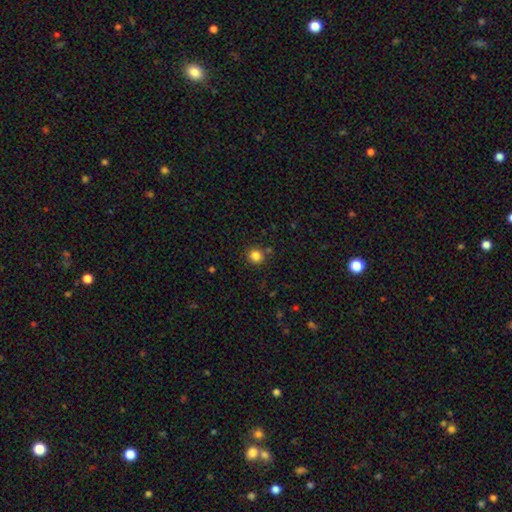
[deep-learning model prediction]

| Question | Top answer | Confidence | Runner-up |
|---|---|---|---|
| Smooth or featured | smooth | 84% | star or artifact (12%) |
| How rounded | round | 89% | in between (10%) |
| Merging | none | 86% | minor disturbance (8%) |